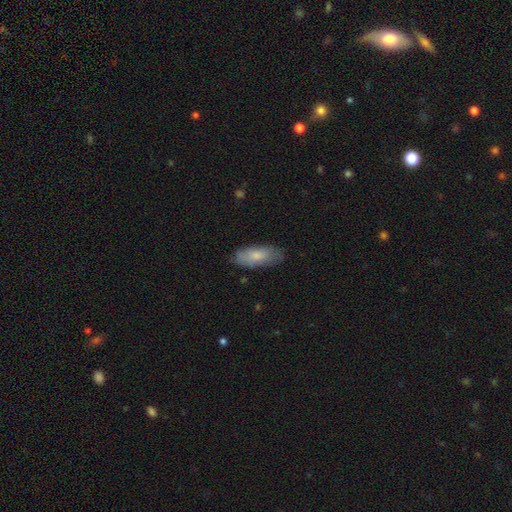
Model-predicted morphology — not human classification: Smooth or featured?
  - smooth: 77% *
  - featured or disk: 17%
  - star or artifact: 6%
How rounded?
  - in between: 74% *
  - cigar-shaped: 25%
  - round: 2%
Merging?
  - none: 77% *
  - minor disturbance: 18%
  - major disturbance: 4%
  - merger: 1%